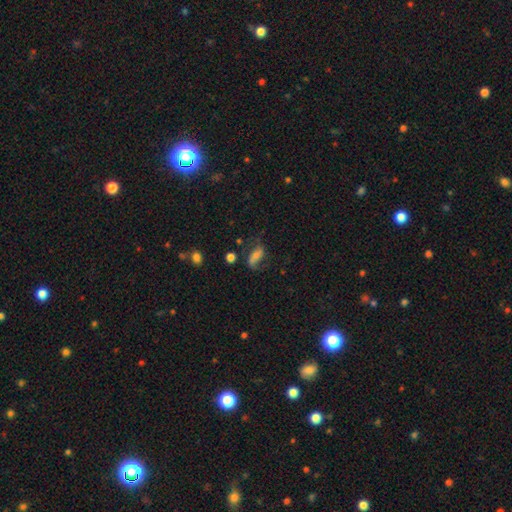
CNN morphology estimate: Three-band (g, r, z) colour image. It shows a smooth galaxy with no disk features (50%). Merging: none (54%).